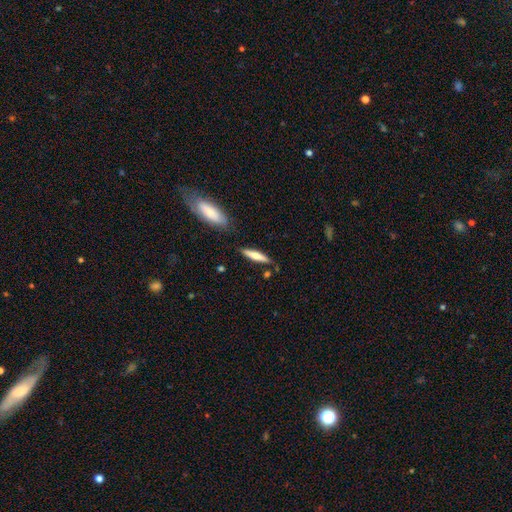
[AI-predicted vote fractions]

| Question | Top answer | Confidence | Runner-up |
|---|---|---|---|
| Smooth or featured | smooth | 60% | featured or disk (34%) |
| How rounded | cigar-shaped | 79% | in between (19%) |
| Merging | none | 81% | minor disturbance (12%) |